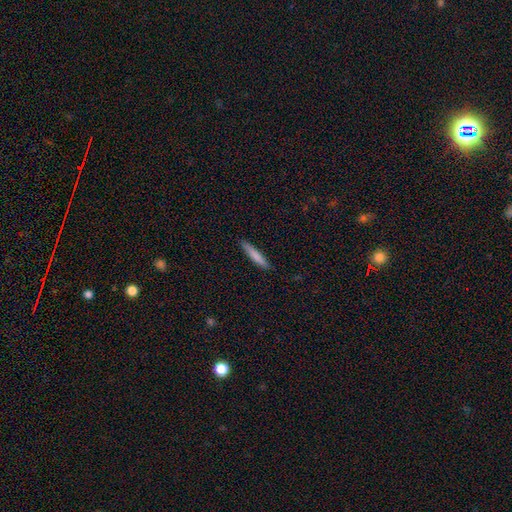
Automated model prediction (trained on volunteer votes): A smooth galaxy with no disk features (80%) that is cigar-shaped (92%).

Vote fractions:
- Smooth or featured? smooth: 80% / featured or disk: 14% / star or artifact: 6%
- How rounded? cigar-shaped: 92% / in between: 7% / round: 1%
- Merging? none: 89% / minor disturbance: 9% / major disturbance: 2% / merger: 1%